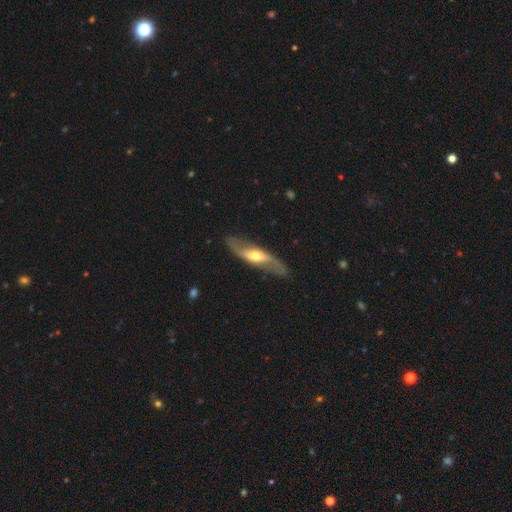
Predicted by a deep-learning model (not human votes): Q: Smooth or featured?
A: featured or disk (74%); runner-up: smooth (21%)
Q: Edge-on disk?
A: no (71%); runner-up: yes (29%)
Q: Bar?
A: no (46%); runner-up: weak (33%)
Q: Spiral arms?
A: yes (83%); runner-up: no (17%)
Q: Bulge size?
A: moderate (66%); runner-up: small (23%)
Q: Merging?
A: none (80%); runner-up: minor disturbance (13%)